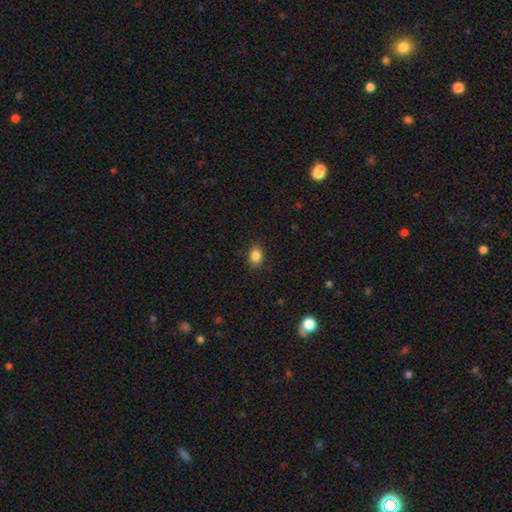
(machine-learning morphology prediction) Smooth or featured? smooth (86%)
How rounded? in between (67%)
Merging? none (86%)